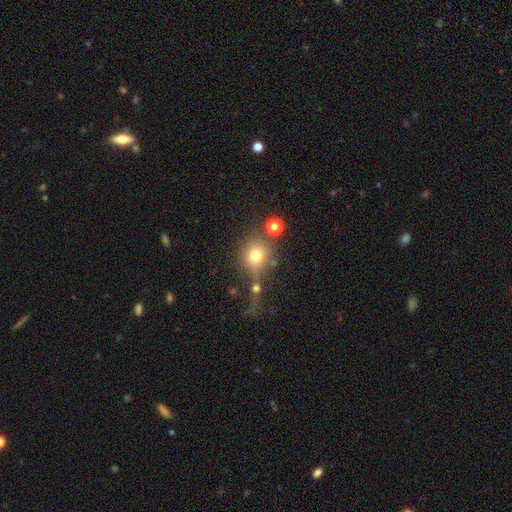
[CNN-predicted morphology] The model was most divided on "merging": none: 54%, merger: 19%, minor disturbance: 14%, major disturbance: 12%. More confident: how rounded — round (82%); smooth or featured — smooth (73%).